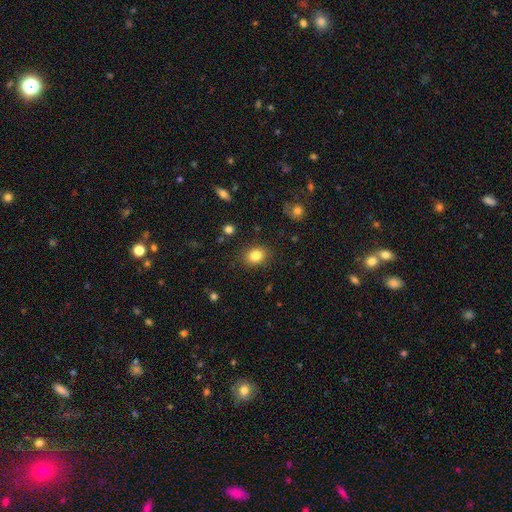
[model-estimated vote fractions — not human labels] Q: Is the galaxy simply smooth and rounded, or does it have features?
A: smooth — 83%.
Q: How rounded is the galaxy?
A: in between — 57%.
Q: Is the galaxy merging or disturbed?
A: none — 87%.